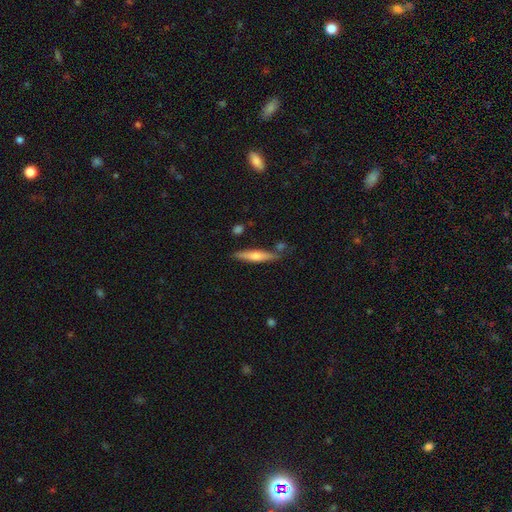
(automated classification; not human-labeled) Smooth or featured? Predicted: smooth (p=0.48). Merging? Predicted: none (p=0.78).